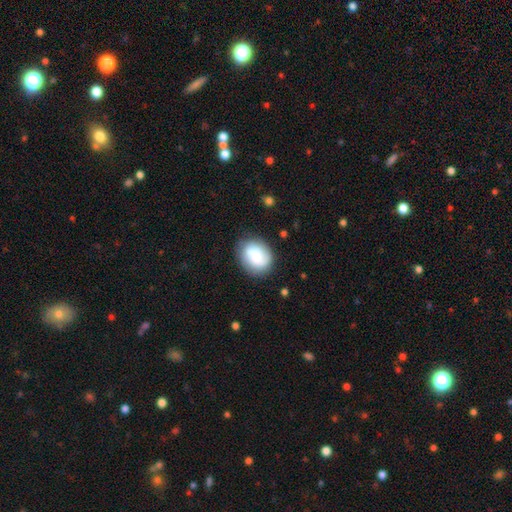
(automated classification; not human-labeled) The model was most divided on "how rounded": round: 52%, in between: 47%, cigar-shaped: 1%. More confident: merging — none (74%); smooth or featured — smooth (70%).